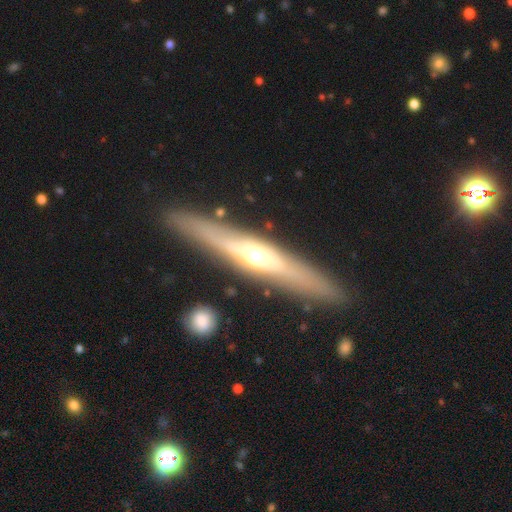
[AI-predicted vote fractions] A featured or disk galaxy (74%) viewed edge-on (92%) with a rounded central bulge (84%).

Vote fractions:
- Smooth or featured? featured or disk: 74% / smooth: 20% / star or artifact: 6%
- Edge-on disk? yes: 92% / no: 8%
- Edge-on bulge? rounded: 84% / none: 11% / boxy: 5%
- Merging? none: 88% / minor disturbance: 8% / major disturbance: 2% / merger: 2%